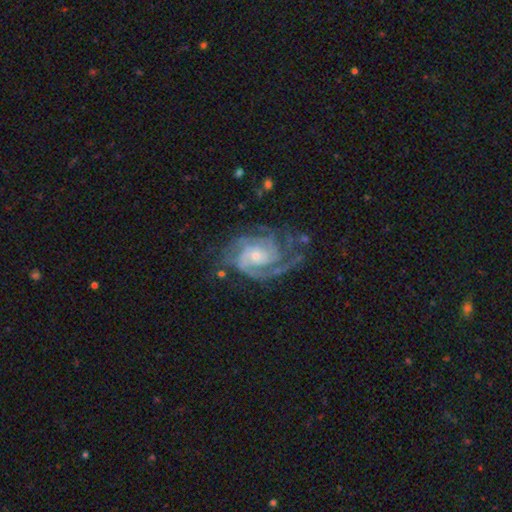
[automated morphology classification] Q: Smooth or featured?
A: featured or disk (91%); runner-up: star or artifact (5%)
Q: Edge-on disk?
A: no (98%); runner-up: yes (2%)
Q: Bar?
A: no (68%); runner-up: weak (25%)
Q: Spiral arms?
A: yes (98%); runner-up: no (2%)
Q: Spiral winding?
A: tight (61%); runner-up: medium (33%)
Q: Spiral arm count?
A: 3 (33%); runner-up: 2 (23%)
Q: Bulge size?
A: small (64%); runner-up: moderate (31%)
Q: Merging?
A: none (63%); runner-up: minor disturbance (20%)